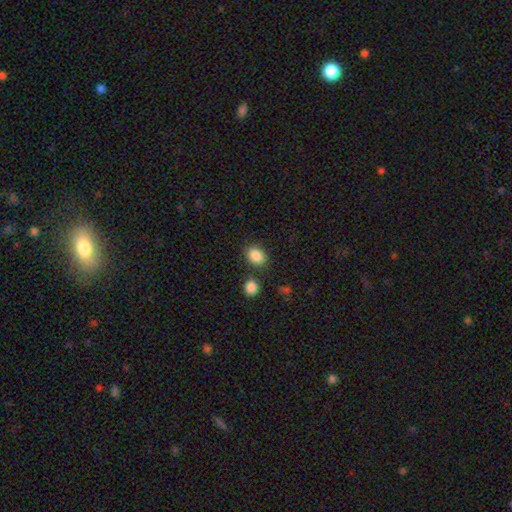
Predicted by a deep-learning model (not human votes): This is clearly a smooth galaxy (86%). How rounded: likely in between (63%). Merging: likely none (79%).